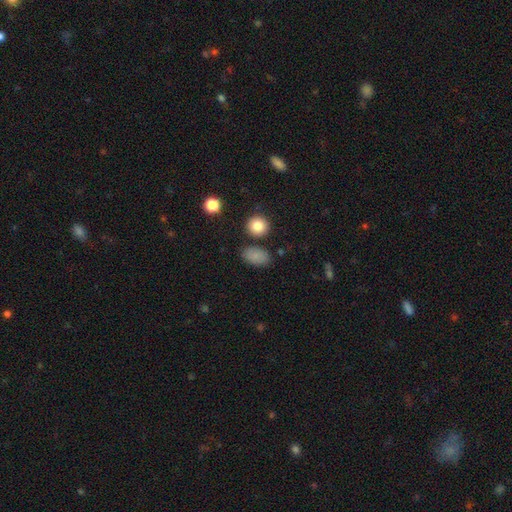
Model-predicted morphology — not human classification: A smooth galaxy with no disk features (84%) that is in between round and cigar-shaped (86%).

Vote fractions:
- Smooth or featured? smooth: 84% / star or artifact: 10% / featured or disk: 6%
- How rounded? in between: 86% / round: 12% / cigar-shaped: 2%
- Merging? none: 79% / minor disturbance: 13% / merger: 5% / major disturbance: 4%